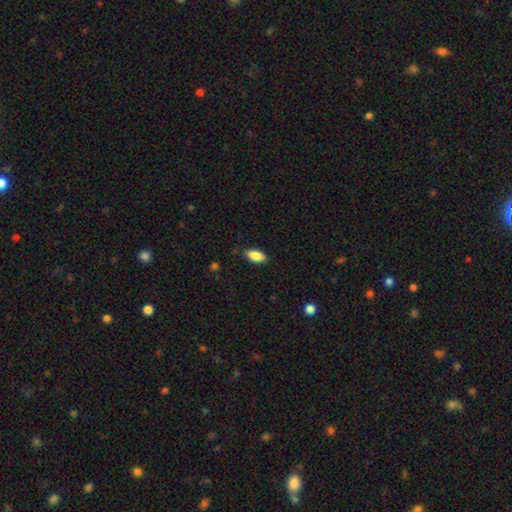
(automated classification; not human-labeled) A smooth galaxy with no disk features (86%) that is in between round and cigar-shaped (90%). Merging: none (83%).